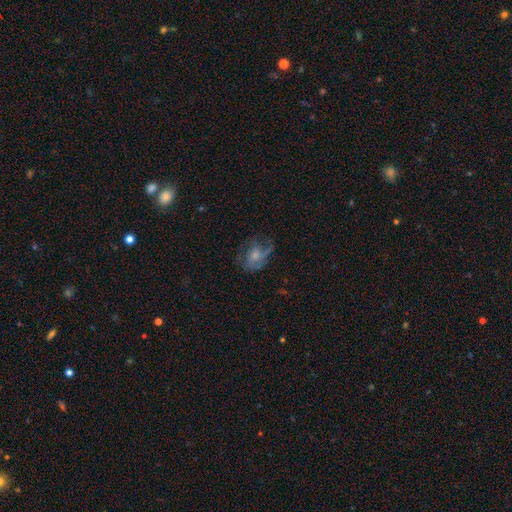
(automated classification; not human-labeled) The model was most divided on "smooth or featured": featured or disk: 50%, smooth: 41%, star or artifact: 10%. Remaining: merging — none (42%).